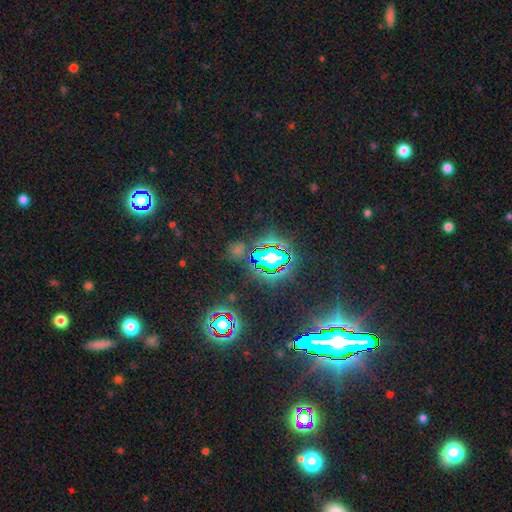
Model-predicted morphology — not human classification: smooth_or_featured: star or artifact (p=0.84) [alt: smooth p=0.09]